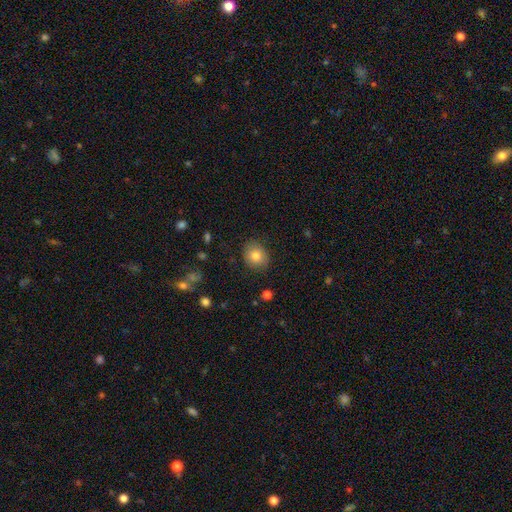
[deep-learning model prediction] smooth-or-featured: smooth: 81% | featured or disk: 9% | star or artifact: 9%
  how-rounded: round: 69% | in between: 31% | cigar-shaped: 1%
  merging: none: 85% | minor disturbance: 11% | major disturbance: 3% | merger: 1%